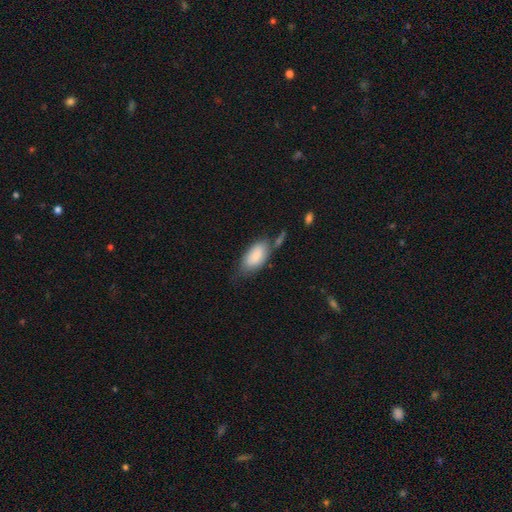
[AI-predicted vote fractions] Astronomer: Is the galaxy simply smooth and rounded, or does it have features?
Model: smooth — 85%.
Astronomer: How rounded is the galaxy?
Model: in between — 92%.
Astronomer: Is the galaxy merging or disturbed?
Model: none — 49% (runner-up: minor disturbance, 27%).